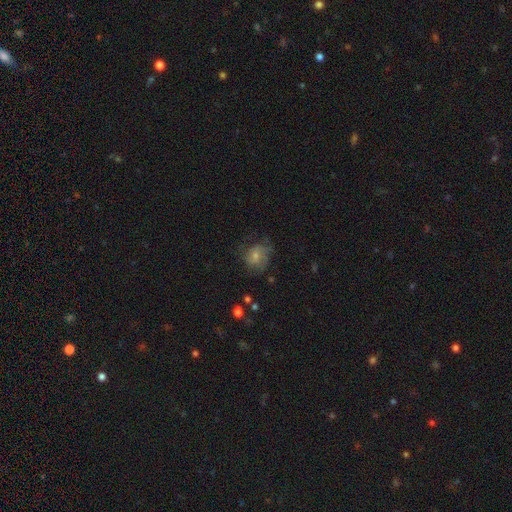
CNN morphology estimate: Smooth or featured?
  - featured or disk: 43% *
  - smooth: 40%
  - star or artifact: 17%
Merging?
  - none: 59% *
  - minor disturbance: 23%
  - major disturbance: 17%
  - merger: 2%